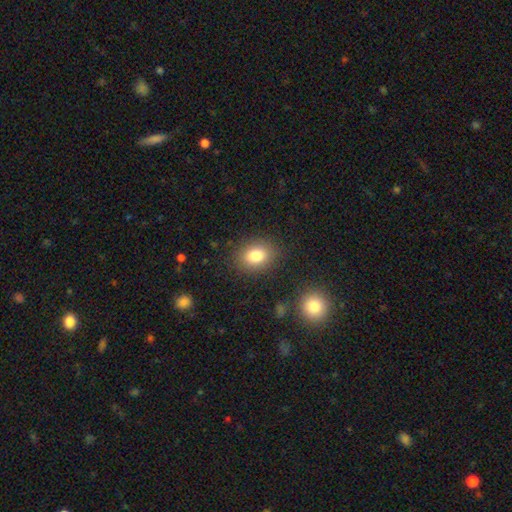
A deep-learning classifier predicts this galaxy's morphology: Smooth or featured? Predicted: smooth (p=0.81). How rounded? Predicted: in between (p=0.60). Merging? Predicted: none (p=0.85).